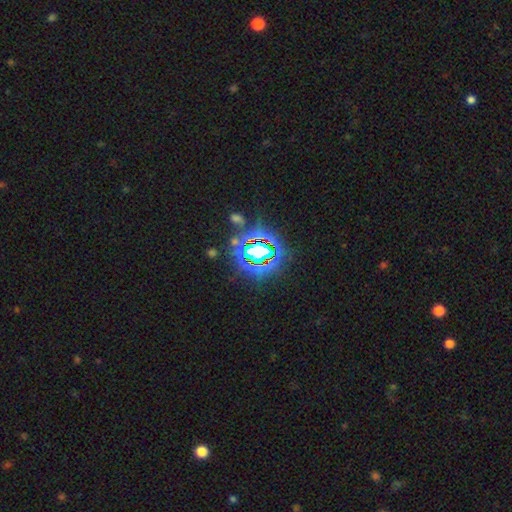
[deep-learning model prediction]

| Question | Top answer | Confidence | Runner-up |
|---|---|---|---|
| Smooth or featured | star or artifact | 76% | smooth (13%) |